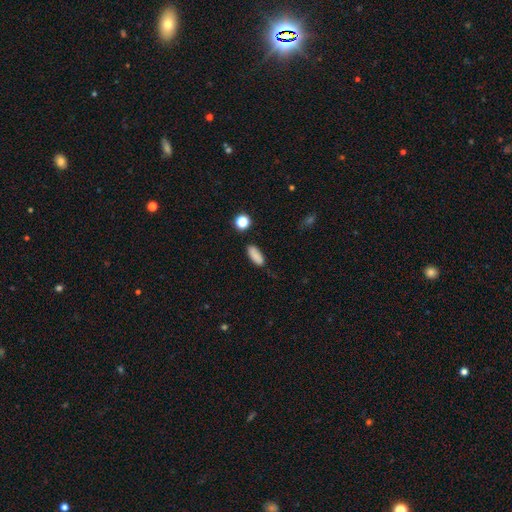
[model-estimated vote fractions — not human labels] smooth_or_featured: smooth (p=0.86) [alt: star or artifact p=0.09]
how_rounded: in between (p=0.74) [alt: cigar-shaped p=0.22]
merging: none (p=0.81) [alt: minor disturbance p=0.14]